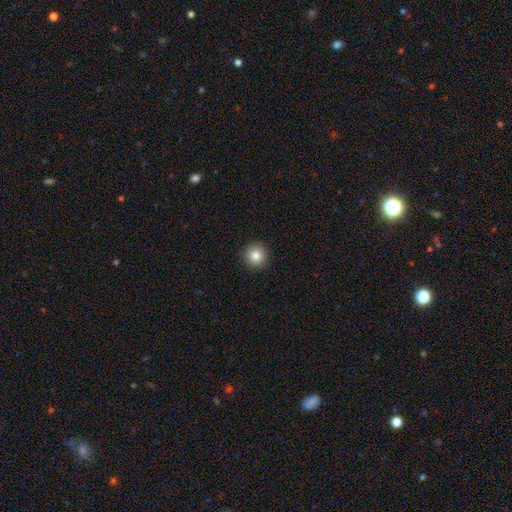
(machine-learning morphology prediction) type=smooth (83%); roundness=round (95%); merging=none (93%).